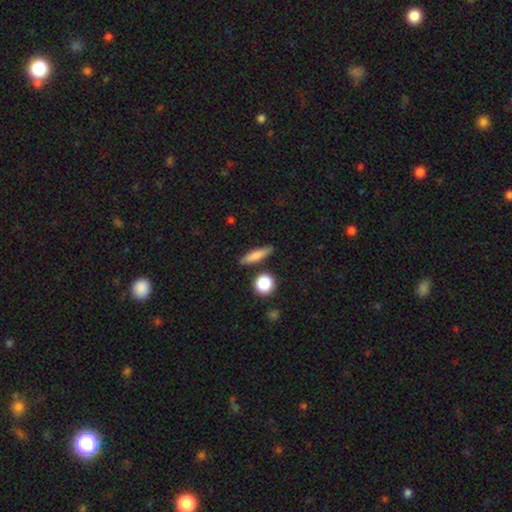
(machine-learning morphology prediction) Overall: smooth (71%). How rounded: cigar-shaped (68%). Merging: none (83%).